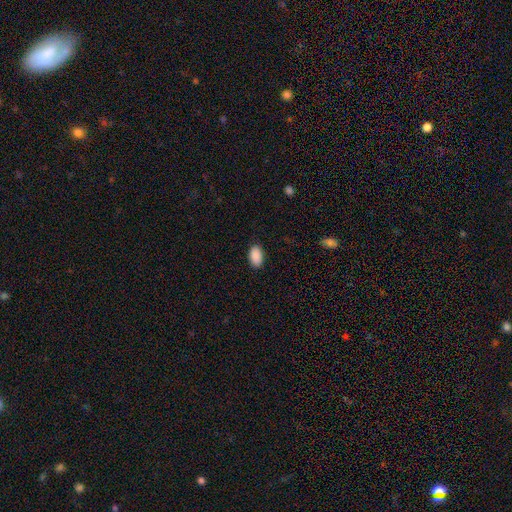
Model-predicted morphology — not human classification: This appears to be a smooth galaxy with no disk features (91%) that is in between round and cigar-shaped (93%). Merging: none (89%).